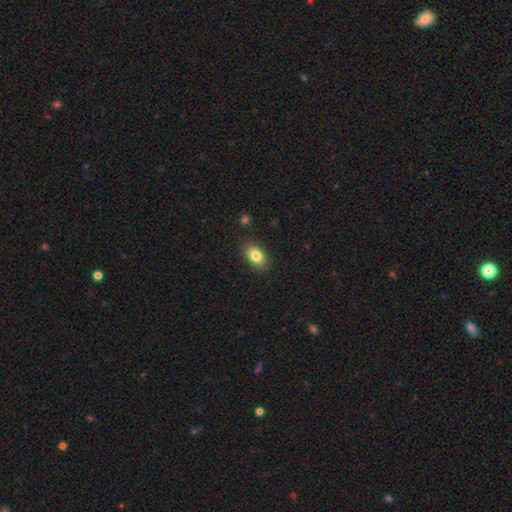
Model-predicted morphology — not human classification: A smooth galaxy with no disk features (82%) that is in between round and cigar-shaped (87%). Merging: none (86%).